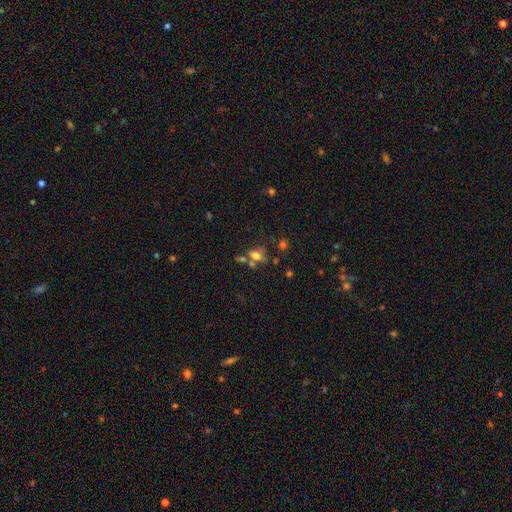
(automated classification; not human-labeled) The model was most divided on "merging": none: 45%, merger: 32%, minor disturbance: 14%, major disturbance: 8%. More confident: how rounded — in between (71%); smooth or featured — smooth (61%).